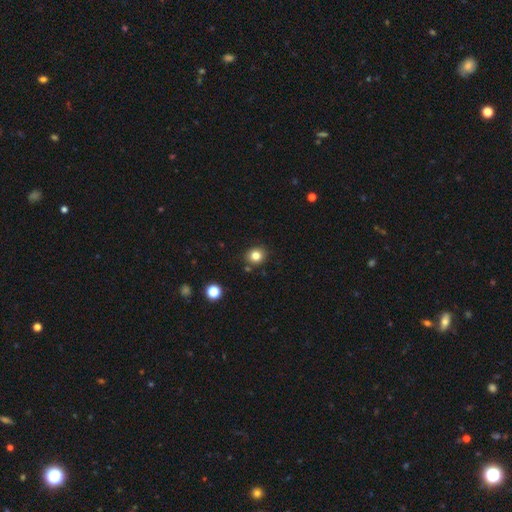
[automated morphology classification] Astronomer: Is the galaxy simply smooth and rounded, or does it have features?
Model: smooth — 82%.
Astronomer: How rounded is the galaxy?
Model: round — 84%.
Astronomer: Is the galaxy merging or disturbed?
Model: none — 86%.